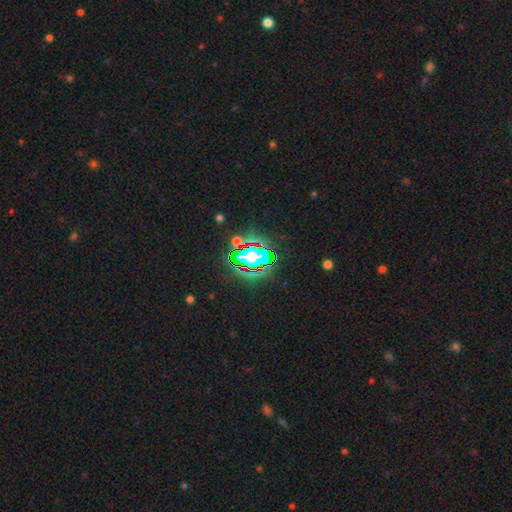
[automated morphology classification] Smooth or featured? star or artifact (77%)